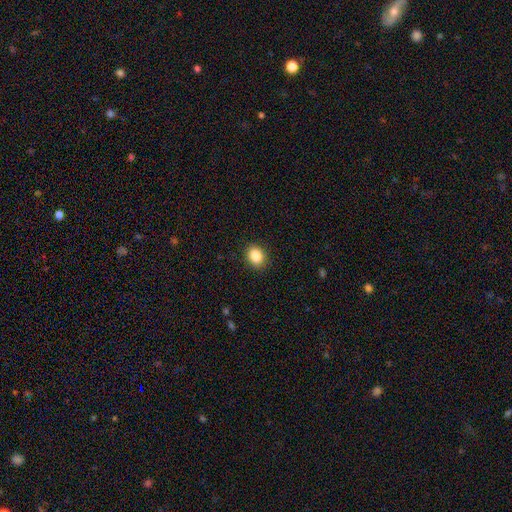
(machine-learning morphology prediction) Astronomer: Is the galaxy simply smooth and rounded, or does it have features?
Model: smooth — 87%.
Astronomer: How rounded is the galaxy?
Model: in between — 50% (runner-up: round, 49%).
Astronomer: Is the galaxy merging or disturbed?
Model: none — 89%.